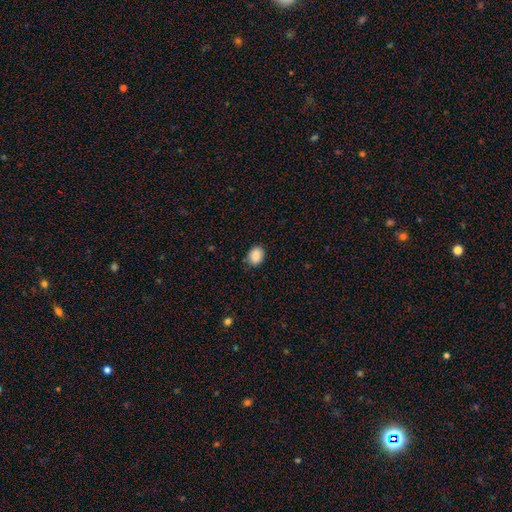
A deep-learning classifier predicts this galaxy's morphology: This appears to be a smooth galaxy with no disk features (89%) that is in between round and cigar-shaped (56%). Merging: none (85%).